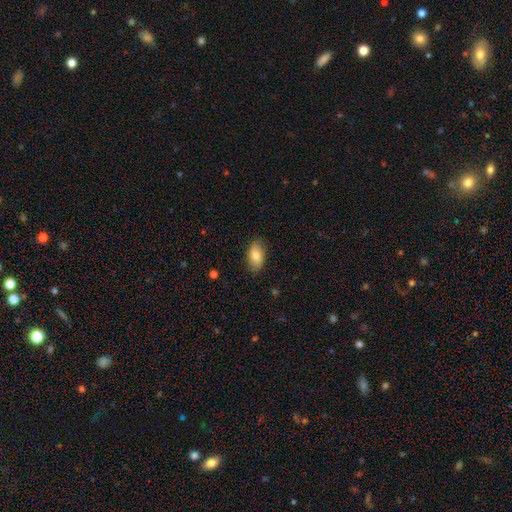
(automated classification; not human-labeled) smooth_or_featured: smooth (p=0.81) [alt: featured or disk p=0.12]
how_rounded: in between (p=0.93) [alt: round p=0.05]
merging: none (p=0.84) [alt: minor disturbance p=0.12]